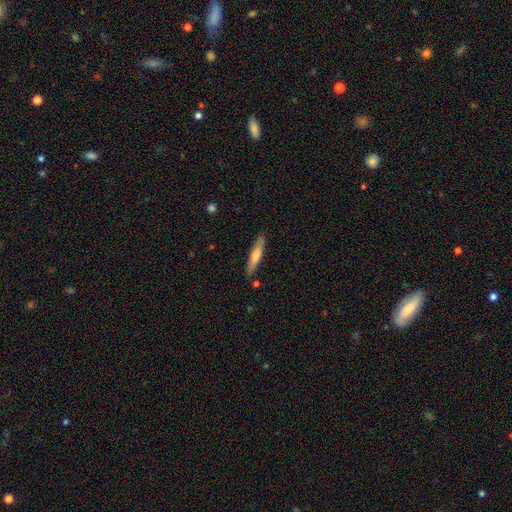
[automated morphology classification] smooth-or-featured: smooth: 57% | featured or disk: 37% | star or artifact: 6%
  how-rounded: cigar-shaped: 89% | in between: 10% | round: 1%
  merging: none: 87% | minor disturbance: 9% | merger: 2% | major disturbance: 2%